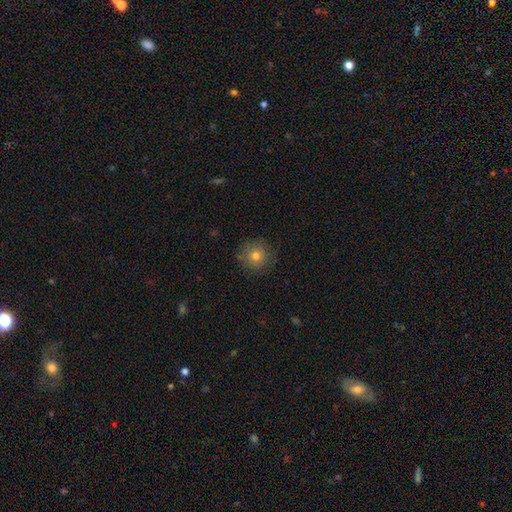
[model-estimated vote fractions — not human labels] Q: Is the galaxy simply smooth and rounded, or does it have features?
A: smooth — 77%.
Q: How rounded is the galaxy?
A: round — 94%.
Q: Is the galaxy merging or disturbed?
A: none — 86%.